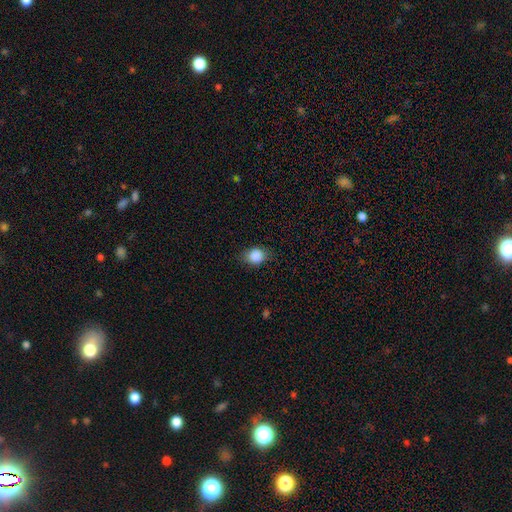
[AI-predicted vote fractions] The model was most divided on "how rounded": round: 59%, in between: 40%, cigar-shaped: 1%. More confident: smooth or featured — smooth (86%); merging — none (77%).